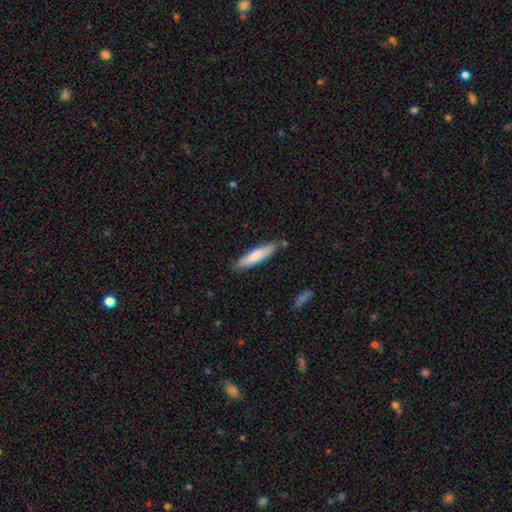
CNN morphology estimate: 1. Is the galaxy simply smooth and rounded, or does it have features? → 76% smooth, 18% featured or disk, 5% star or artifact.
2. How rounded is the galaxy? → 82% cigar-shaped, 17% in between, 1% round.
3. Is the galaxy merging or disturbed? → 82% none, 13% minor disturbance, 3% merger, 2% major disturbance.